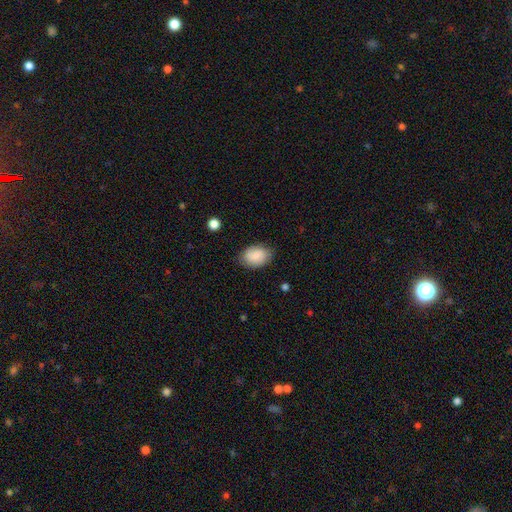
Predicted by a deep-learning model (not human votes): This is clearly a smooth galaxy (81%). How rounded: clearly in between (81%). Merging: likely none (79%).